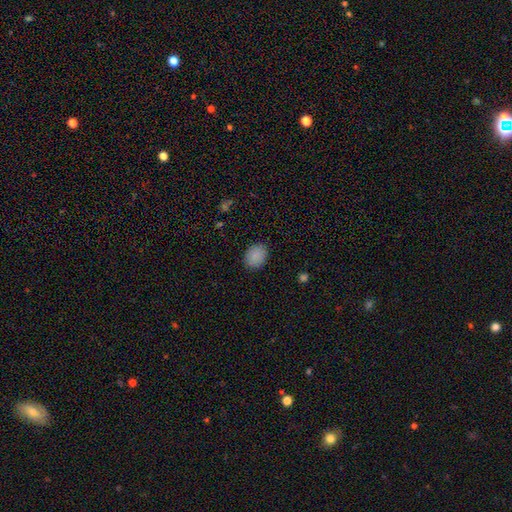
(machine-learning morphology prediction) smooth-or-featured: smooth: 88% | star or artifact: 8% | featured or disk: 4%
  how-rounded: in between: 61% | round: 38% | cigar-shaped: 1%
  merging: none: 88% | minor disturbance: 9% | major disturbance: 2% | merger: 1%